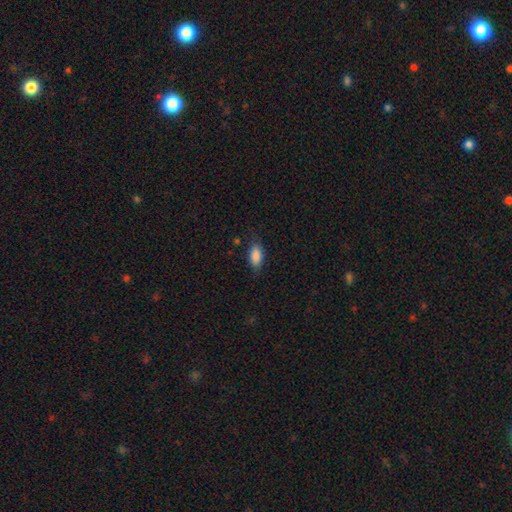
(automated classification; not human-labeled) Overall: smooth (87%). How rounded: in between (88%). Merging: none (77%).